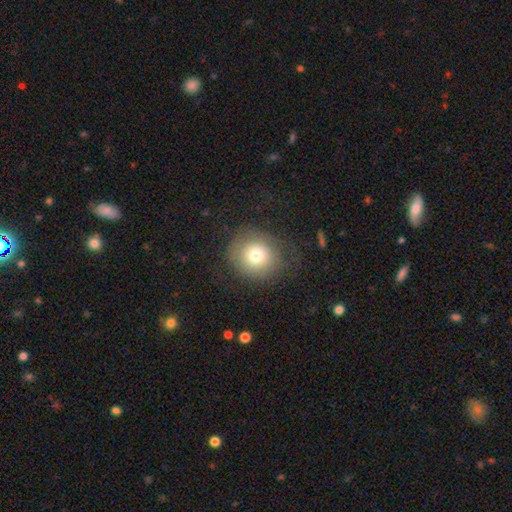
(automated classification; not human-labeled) This is likely a smooth galaxy (72%). How rounded: clearly round (88%). Merging: likely none (69%).